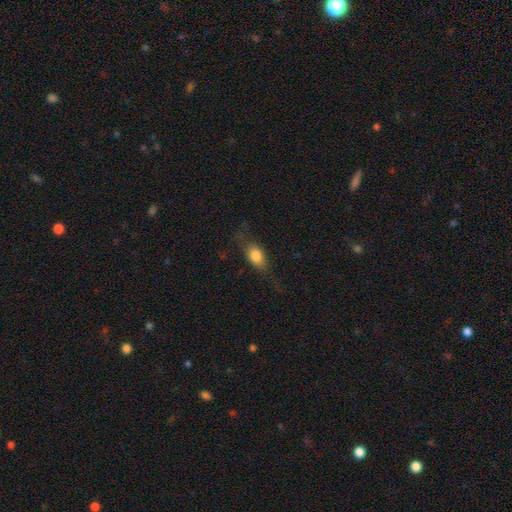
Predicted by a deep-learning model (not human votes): smooth 71%, featured or disk 20%, star or artifact 8%. Down the decision tree: how rounded — in between (75%); merging — none (62%).